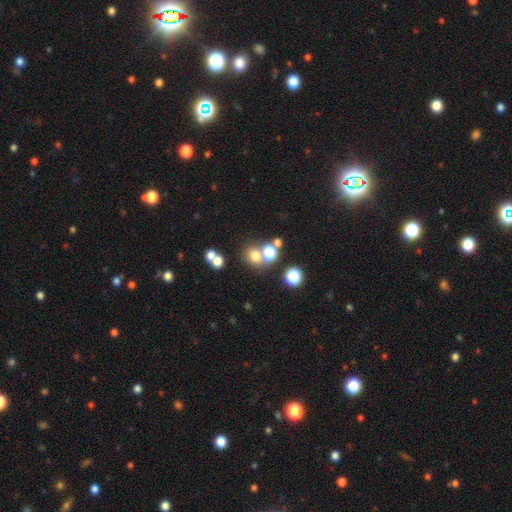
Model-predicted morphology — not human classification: This is likely a smooth galaxy (68%). How rounded: likely round (76%). Merging: possibly none (56%).